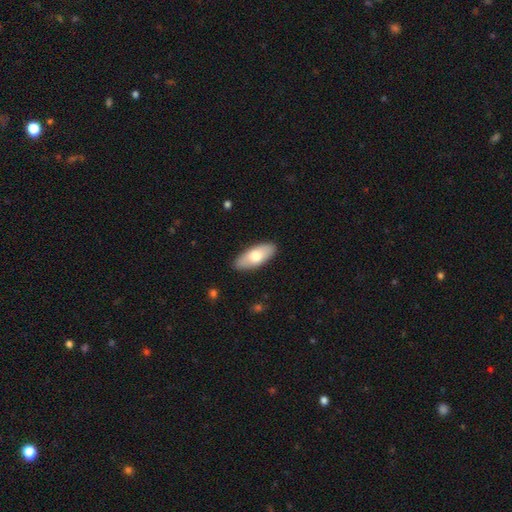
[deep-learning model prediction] This appears to be a smooth galaxy with no disk features (70%) that is in between round and cigar-shaped (84%). Merging: none (88%).